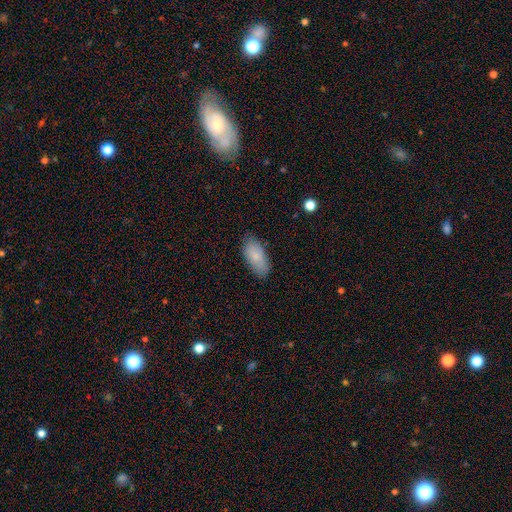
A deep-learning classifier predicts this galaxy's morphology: Q: Smooth or featured?
A: smooth (82%); runner-up: featured or disk (11%)
Q: How rounded?
A: in between (89%); runner-up: cigar-shaped (9%)
Q: Merging?
A: none (82%); runner-up: minor disturbance (14%)